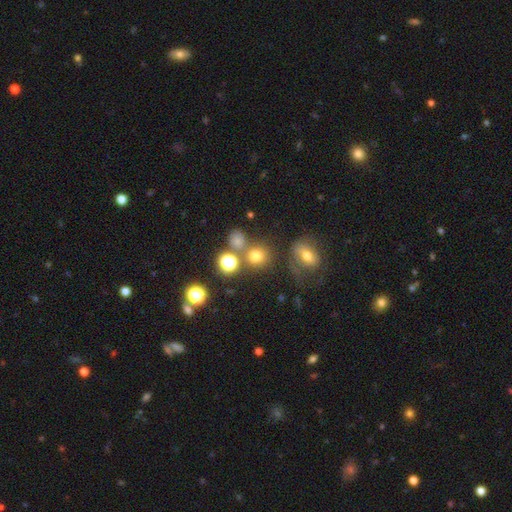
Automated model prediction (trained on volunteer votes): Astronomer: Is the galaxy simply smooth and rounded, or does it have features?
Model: smooth — 70%.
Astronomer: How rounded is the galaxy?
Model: round — 83%.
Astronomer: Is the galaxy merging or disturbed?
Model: none — 62%.